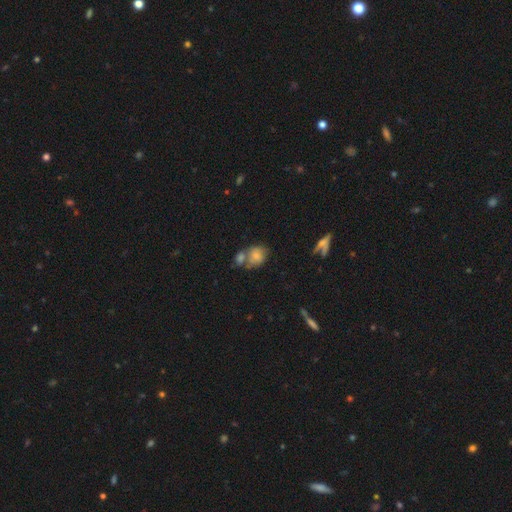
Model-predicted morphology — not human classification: Smooth or featured? smooth (72%)
How rounded? round (52%)
Merging? merger (48%)